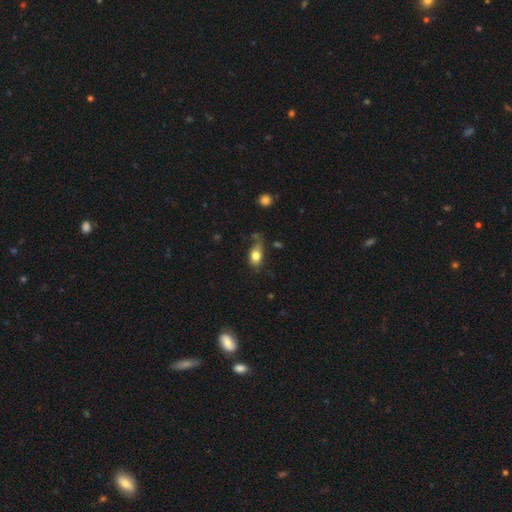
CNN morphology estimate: Smooth or featured? Predicted: smooth (p=0.79). How rounded? Predicted: in between (p=0.82). Merging? Predicted: none (p=0.55).